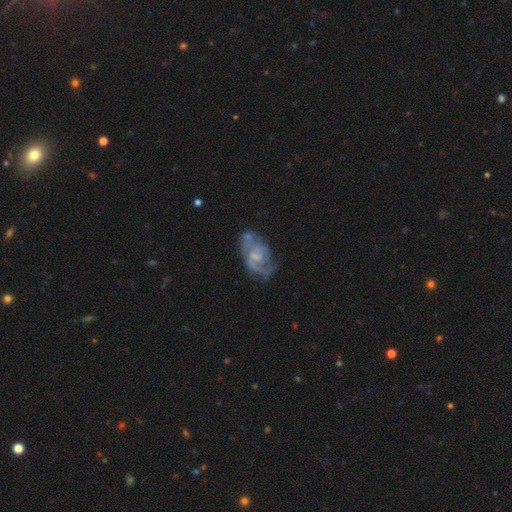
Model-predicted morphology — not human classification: type=featured or disk (76%); edge-on=no (97%); bar=no (51%); spiral arms=yes (82%); winding=medium (47%); arm count=2 (52%); bulge=small (50%); merging=none (52%).